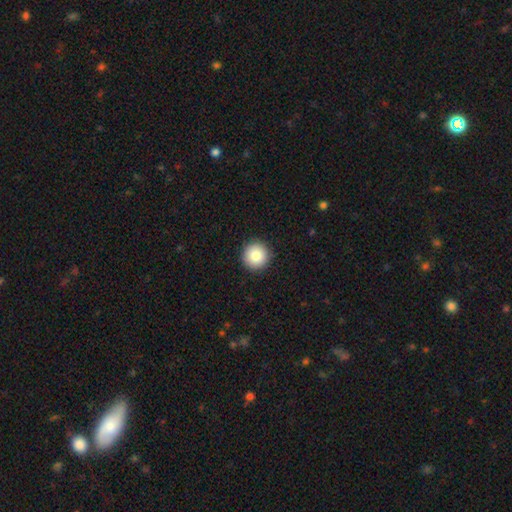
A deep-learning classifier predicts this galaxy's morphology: Smooth or featured: smooth — 85% (star or artifact — 9%)
How rounded: round — 96% (in between — 3%)
Merging: none — 92% (minor disturbance — 5%)